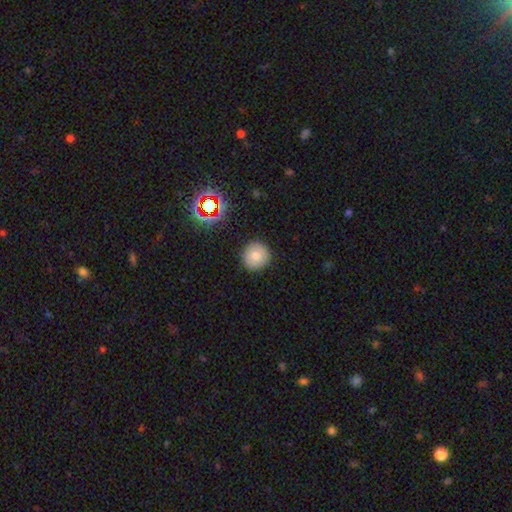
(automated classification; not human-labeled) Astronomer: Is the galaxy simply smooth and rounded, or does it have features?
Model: smooth — 78%.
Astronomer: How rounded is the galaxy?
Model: round — 94%.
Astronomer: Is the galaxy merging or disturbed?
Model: none — 90%.